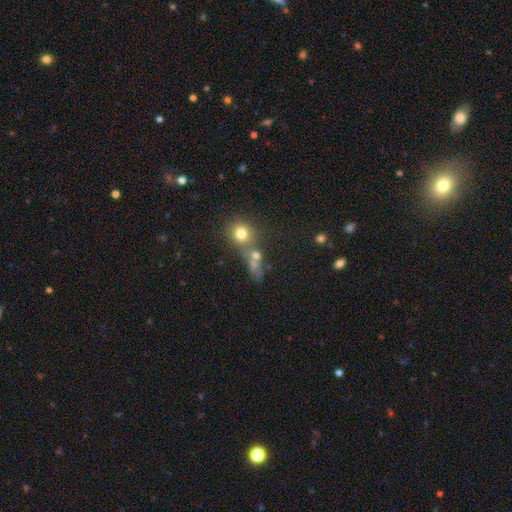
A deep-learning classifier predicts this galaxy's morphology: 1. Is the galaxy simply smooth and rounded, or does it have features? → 64% smooth, 20% star or artifact, 16% featured or disk.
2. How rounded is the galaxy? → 67% round, 27% in between, 6% cigar-shaped.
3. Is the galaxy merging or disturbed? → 44% none, 37% merger, 11% minor disturbance, 8% major disturbance.